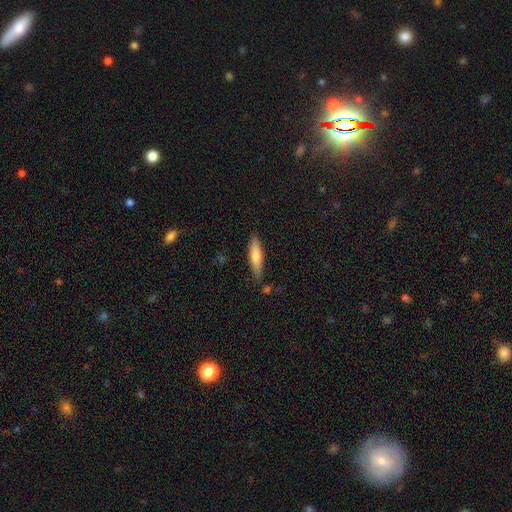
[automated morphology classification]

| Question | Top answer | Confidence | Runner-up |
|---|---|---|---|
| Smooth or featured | smooth | 73% | featured or disk (21%) |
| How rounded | cigar-shaped | 73% | in between (25%) |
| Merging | none | 81% | minor disturbance (13%) |